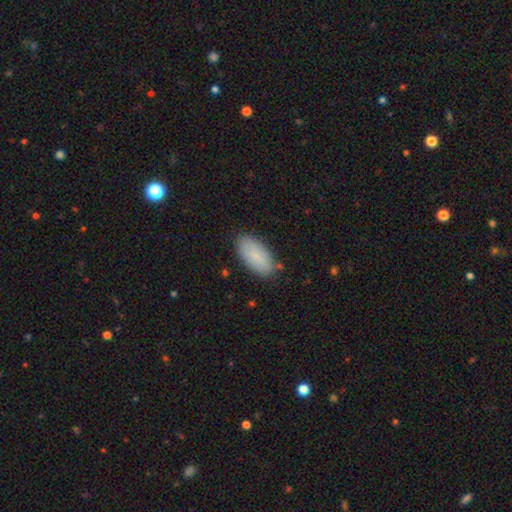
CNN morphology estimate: smooth_or_featured: smooth (p=0.85) [alt: featured or disk p=0.09]
how_rounded: in between (p=0.93) [alt: cigar-shaped p=0.05]
merging: none (p=0.84) [alt: minor disturbance p=0.12]